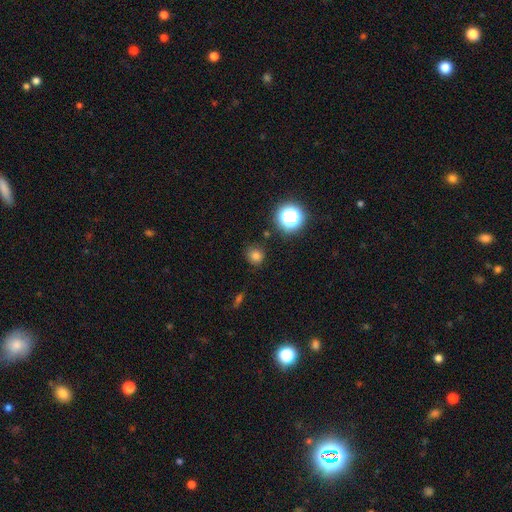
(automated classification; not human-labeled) Smooth or featured?
  - smooth: 75% *
  - star or artifact: 19%
  - featured or disk: 6%
How rounded?
  - round: 88% *
  - in between: 11%
  - cigar-shaped: 1%
Merging?
  - none: 85% *
  - minor disturbance: 10%
  - major disturbance: 3%
  - merger: 2%